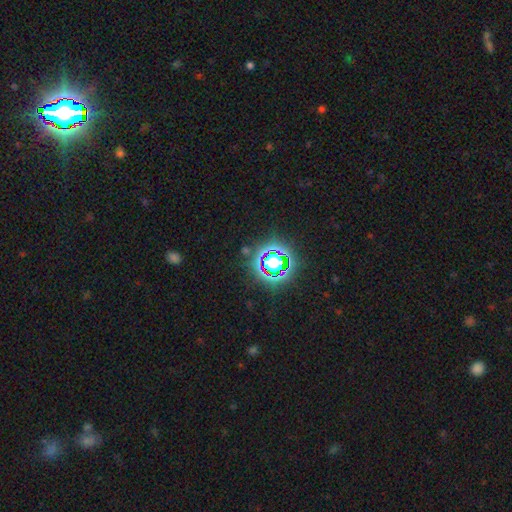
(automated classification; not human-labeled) star or artifact 81%, smooth 12%, featured or disk 7%.